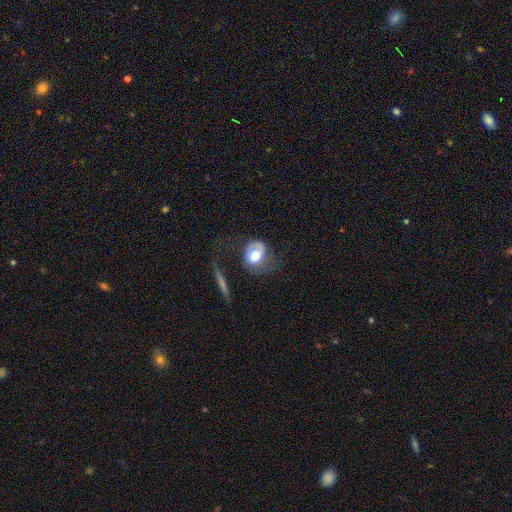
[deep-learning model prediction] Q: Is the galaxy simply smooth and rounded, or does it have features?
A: smooth — 65%.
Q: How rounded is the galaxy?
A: round — 59%.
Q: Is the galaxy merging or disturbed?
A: major disturbance — 35%, tied with none.